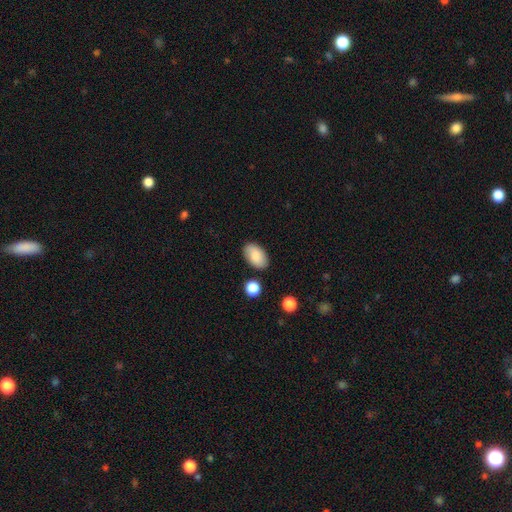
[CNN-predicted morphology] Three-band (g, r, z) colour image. It shows a smooth galaxy with no disk features (85%) that is in between round and cigar-shaped (93%). Merging: none (84%).